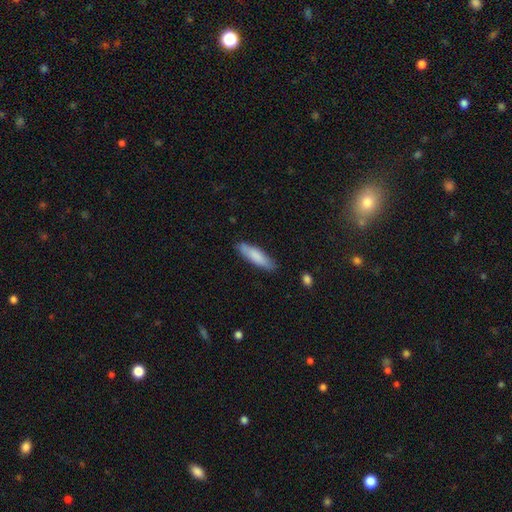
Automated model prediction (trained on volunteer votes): Smooth or featured?
  - smooth: 82% *
  - featured or disk: 13%
  - star or artifact: 5%
How rounded?
  - cigar-shaped: 66% *
  - in between: 33%
  - round: 1%
Merging?
  - none: 83% *
  - minor disturbance: 13%
  - major disturbance: 2%
  - merger: 1%